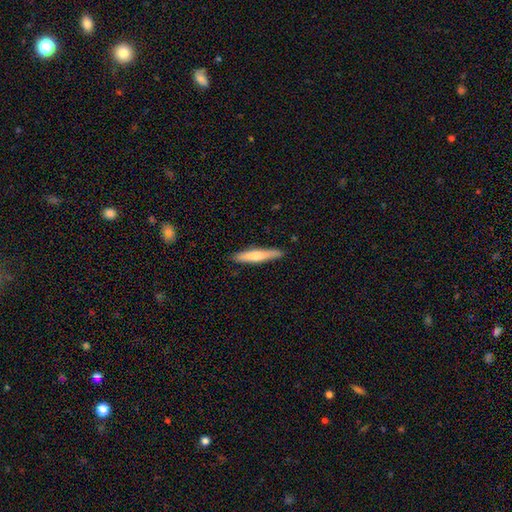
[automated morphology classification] Overall: smooth (65%; featured or disk 29%). How rounded: cigar-shaped (92%). Merging: none (87%).